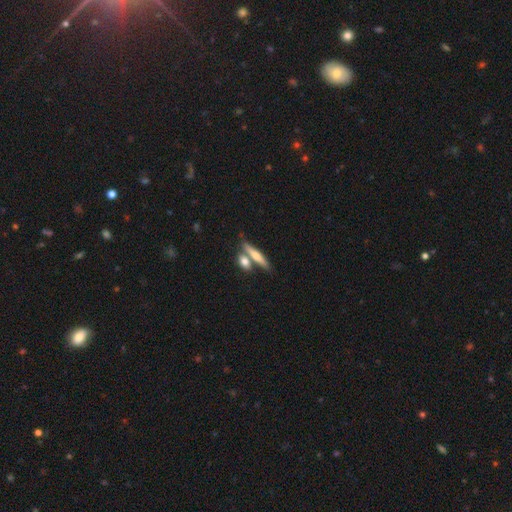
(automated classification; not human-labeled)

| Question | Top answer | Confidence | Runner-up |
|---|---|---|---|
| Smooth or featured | smooth | 55% | featured or disk (39%) |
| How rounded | cigar-shaped | 74% | in between (21%) |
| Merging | none | 58% | merger (29%) |